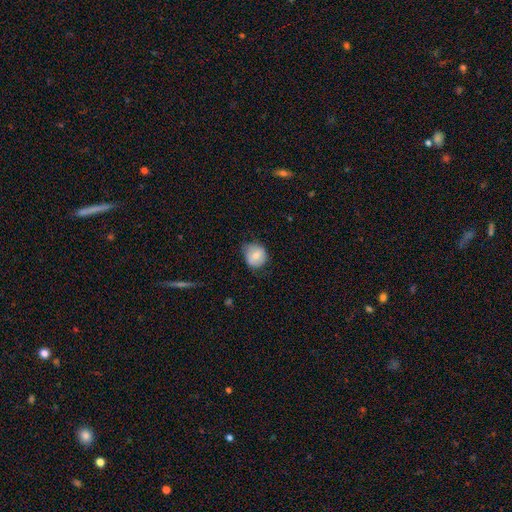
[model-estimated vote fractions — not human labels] A smooth galaxy with no disk features (71%) that is round (78%).

Vote fractions:
- Smooth or featured? smooth: 71% / featured or disk: 21% / star or artifact: 8%
- How rounded? round: 78% / in between: 21% / cigar-shaped: 1%
- Merging? none: 63% / minor disturbance: 28% / major disturbance: 7% / merger: 1%